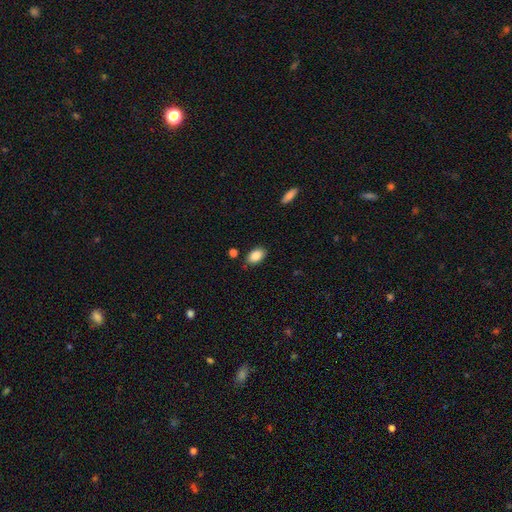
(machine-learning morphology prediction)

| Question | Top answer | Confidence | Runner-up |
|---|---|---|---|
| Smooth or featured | smooth | 87% | star or artifact (8%) |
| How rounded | in between | 90% | round (8%) |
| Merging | none | 83% | minor disturbance (12%) |